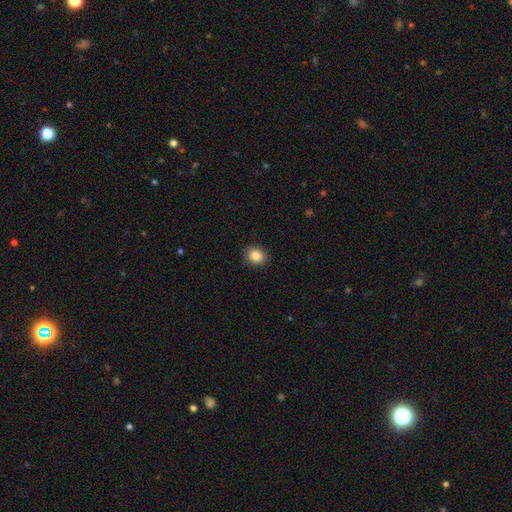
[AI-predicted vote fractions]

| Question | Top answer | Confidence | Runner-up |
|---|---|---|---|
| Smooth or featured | smooth | 86% | star or artifact (9%) |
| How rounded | round | 66% | in between (33%) |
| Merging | none | 90% | minor disturbance (7%) |